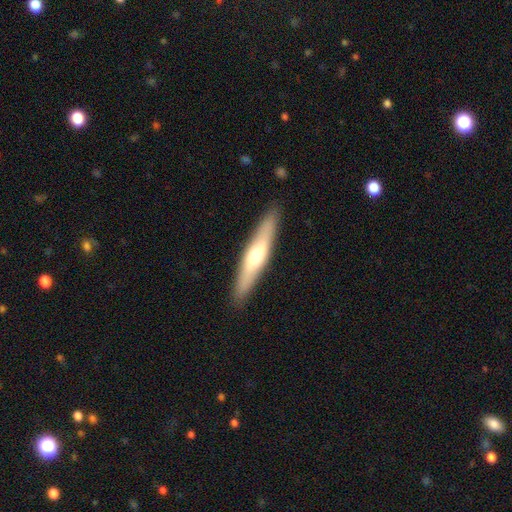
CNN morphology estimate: This appears to be a featured or disk galaxy (50%) viewed edge-on (87%). Merging: none (90%).